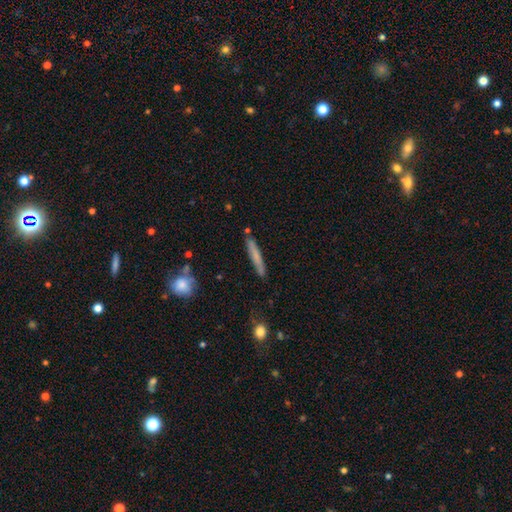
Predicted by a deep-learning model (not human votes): Smooth or featured?
  - smooth: 67% *
  - featured or disk: 27%
  - star or artifact: 7%
How rounded?
  - cigar-shaped: 94% *
  - in between: 4%
  - round: 2%
Merging?
  - none: 85% *
  - minor disturbance: 11%
  - merger: 2%
  - major disturbance: 2%